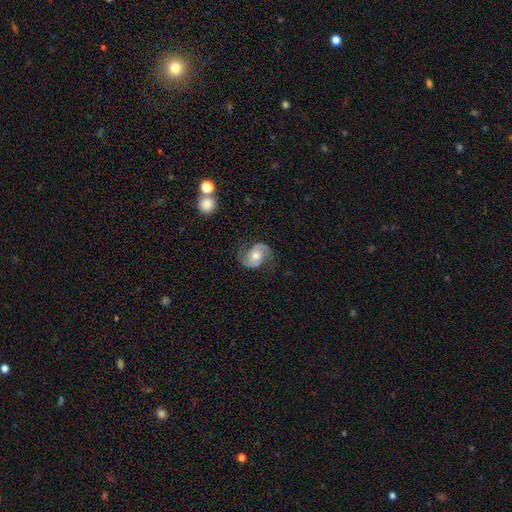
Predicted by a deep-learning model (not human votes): A featured or disk galaxy (81%) with no bar (64%), 2 (93%) medium (47%) spiral arms (96%) and a moderate central bulge (68%). Merging: none (75%).